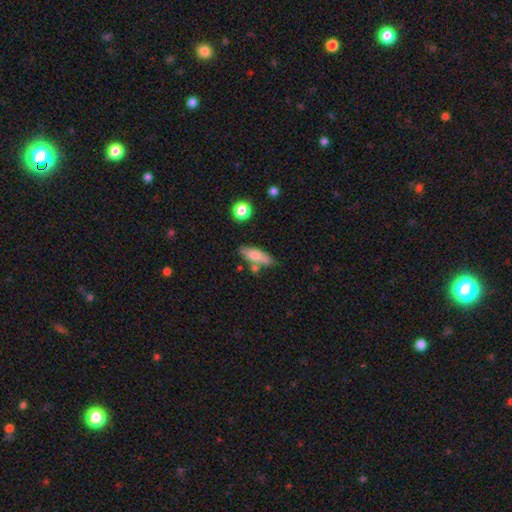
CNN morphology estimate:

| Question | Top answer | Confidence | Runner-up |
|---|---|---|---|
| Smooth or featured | smooth | 73% | featured or disk (20%) |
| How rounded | in between | 63% | cigar-shaped (34%) |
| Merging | none | 70% | minor disturbance (16%) |